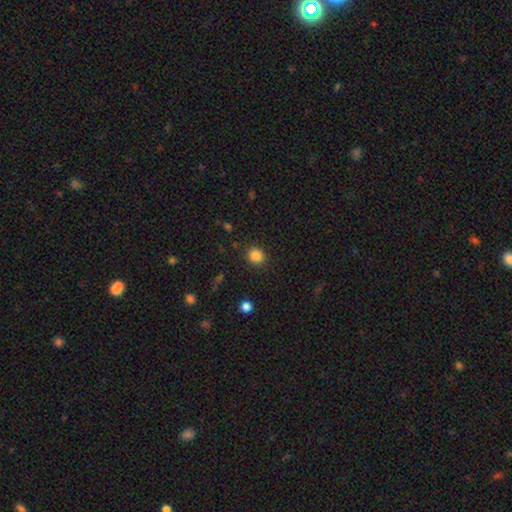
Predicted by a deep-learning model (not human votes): Smooth or featured: smooth — 84% (star or artifact — 11%)
How rounded: round — 81% (in between — 18%)
Merging: none — 88% (minor disturbance — 8%)